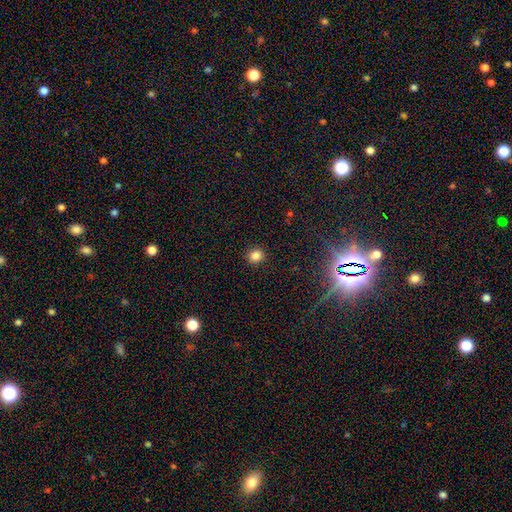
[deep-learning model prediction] This appears to be a smooth galaxy with no disk features (83%) that is round (84%). Merging: none (91%).